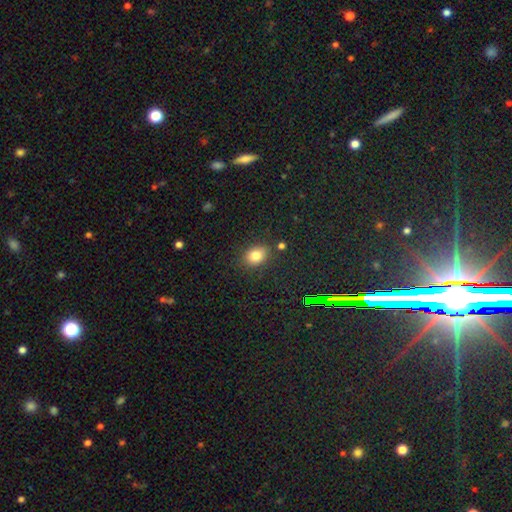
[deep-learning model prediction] Smooth or featured: smooth — 80% (star or artifact — 13%)
How rounded: in between — 61% (round — 37%)
Merging: none — 81% (minor disturbance — 12%)